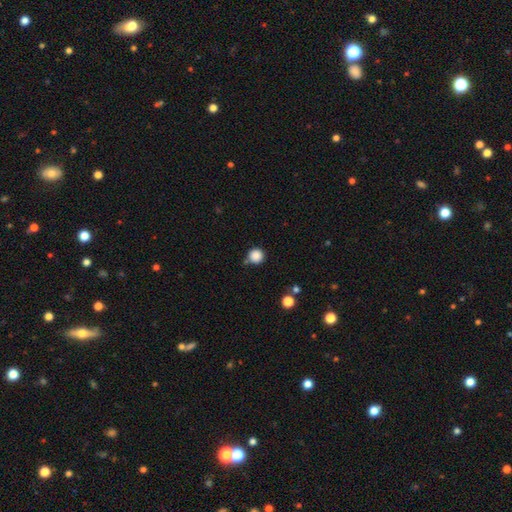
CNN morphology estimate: Smooth or featured?
  - smooth: 87% *
  - star or artifact: 10%
  - featured or disk: 3%
How rounded?
  - round: 95% *
  - in between: 4%
  - cigar-shaped: 1%
Merging?
  - none: 77% *
  - minor disturbance: 13%
  - merger: 6%
  - major disturbance: 3%